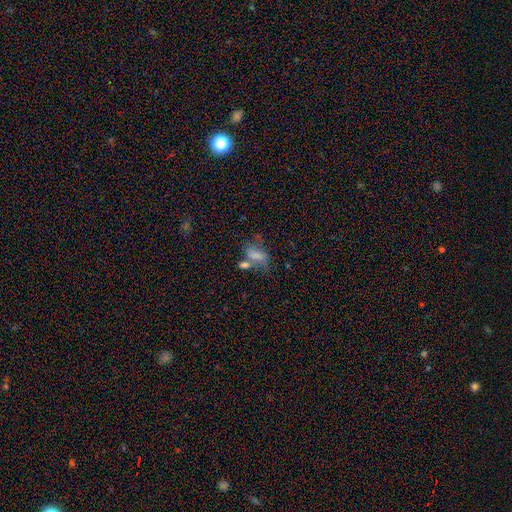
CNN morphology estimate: smooth_or_featured: smooth (p=0.63) [alt: featured or disk p=0.24]
how_rounded: in between (p=0.84) [alt: round p=0.09]
merging: merger (p=0.34) [alt: none p=0.32]